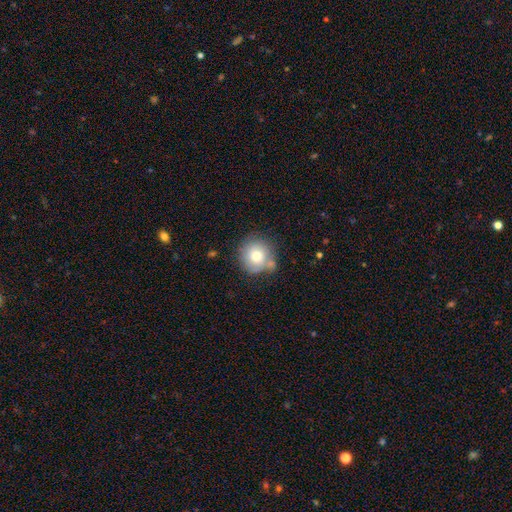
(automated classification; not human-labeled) Overall: smooth (75%). How rounded: round (88%). Merging: none (64%).